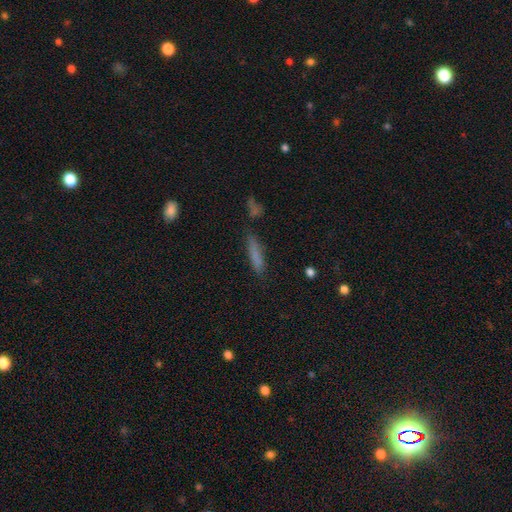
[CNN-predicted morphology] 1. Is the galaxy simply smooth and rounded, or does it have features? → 74% smooth, 15% featured or disk, 11% star or artifact.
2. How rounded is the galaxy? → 84% cigar-shaped, 14% in between, 2% round.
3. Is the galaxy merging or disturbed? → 76% none, 15% minor disturbance, 5% merger, 4% major disturbance.